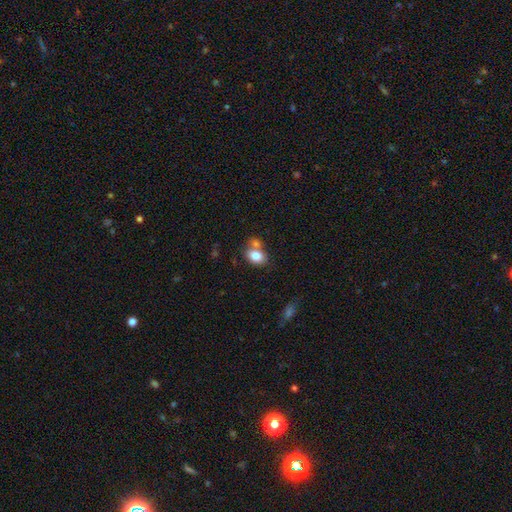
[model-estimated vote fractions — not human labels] This is clearly a smooth galaxy (81%). How rounded: likely in between (75%). Merging: possibly none (48%).